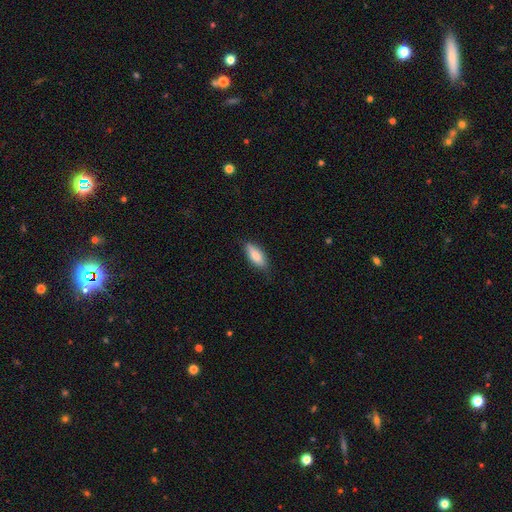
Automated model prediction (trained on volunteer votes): Q: Smooth or featured?
A: smooth (80%); runner-up: featured or disk (14%)
Q: How rounded?
A: in between (74%); runner-up: cigar-shaped (24%)
Q: Merging?
A: none (78%); runner-up: minor disturbance (18%)